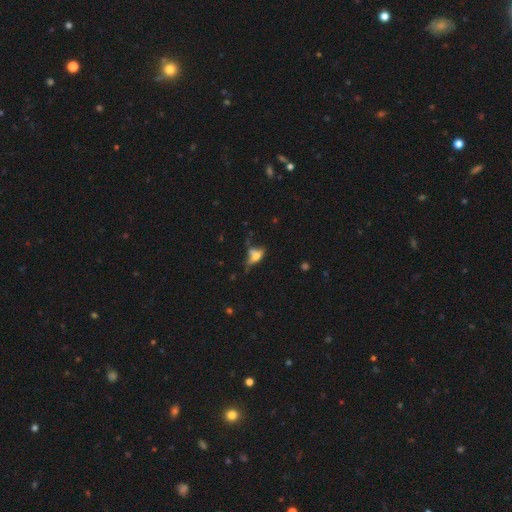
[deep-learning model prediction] This is possibly a smooth galaxy (47%). Merging: marginally none (37%).